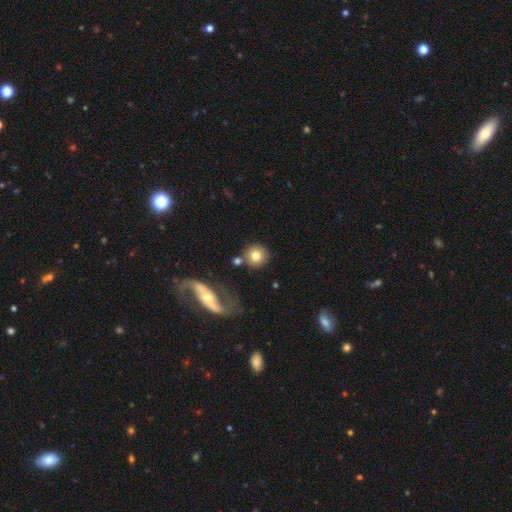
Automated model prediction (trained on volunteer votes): Morphology: type=smooth (75%); roundness=round (93%); merging=none (77%).